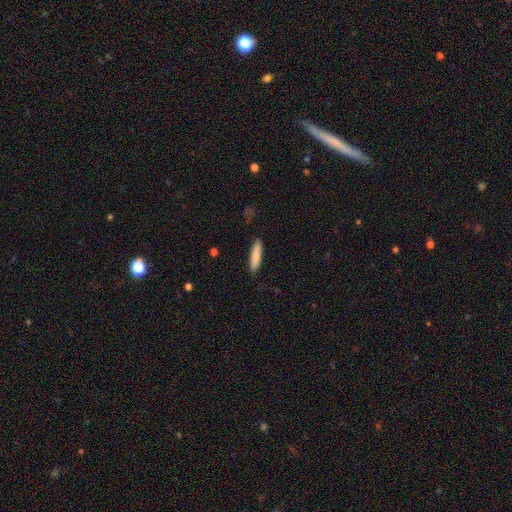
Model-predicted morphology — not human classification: Overall: smooth (83%). How rounded: cigar-shaped (80%). Merging: none (88%).